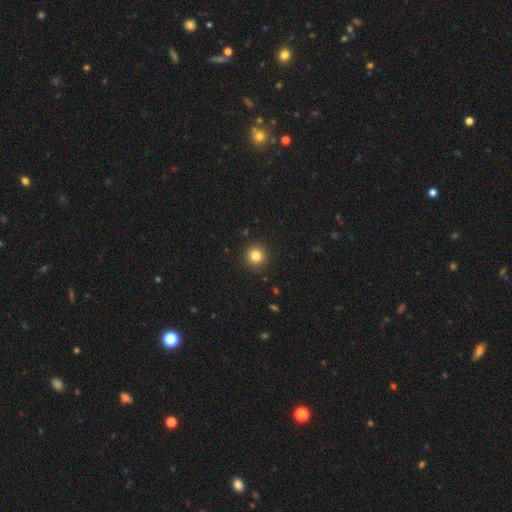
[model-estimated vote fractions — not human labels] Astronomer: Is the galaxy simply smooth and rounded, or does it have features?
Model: smooth — 82%.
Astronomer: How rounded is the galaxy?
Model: round — 94%.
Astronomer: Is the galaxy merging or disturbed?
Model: none — 91%.